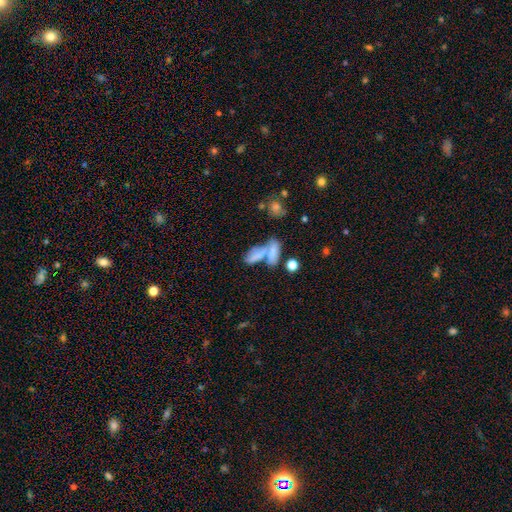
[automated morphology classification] Smooth or featured? Predicted: smooth (p=0.68). How rounded? Predicted: in between (p=0.71). Merging? Predicted: merger (p=0.59).